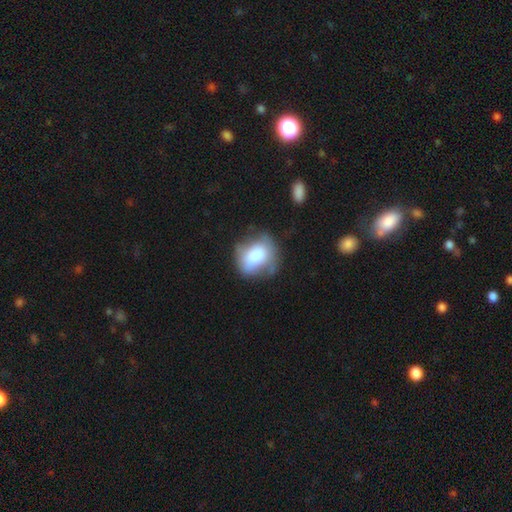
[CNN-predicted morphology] Overall: smooth (71%). How rounded: in between (52%; round 46%). Merging: none (48%; minor disturbance 32%).